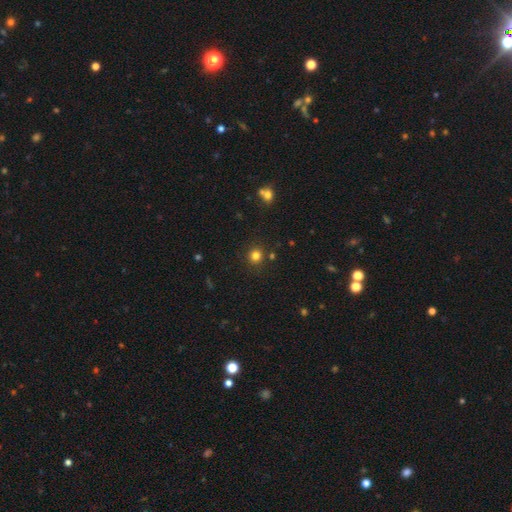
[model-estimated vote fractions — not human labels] Smooth or featured? smooth (80%)
How rounded? round (91%)
Merging? none (87%)